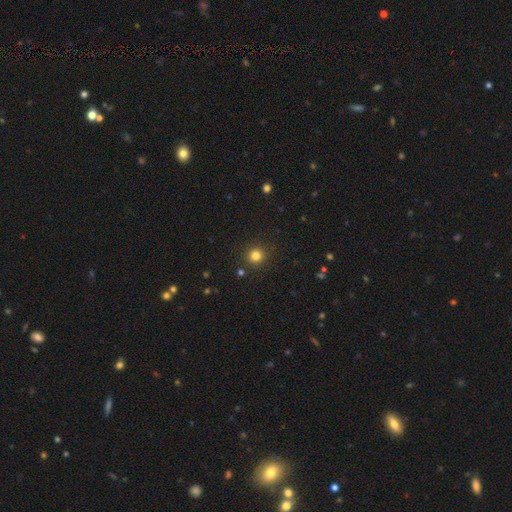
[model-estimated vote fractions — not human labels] Q: Smooth or featured?
A: smooth (80%); runner-up: star or artifact (15%)
Q: How rounded?
A: round (93%); runner-up: in between (6%)
Q: Merging?
A: none (90%); runner-up: minor disturbance (6%)